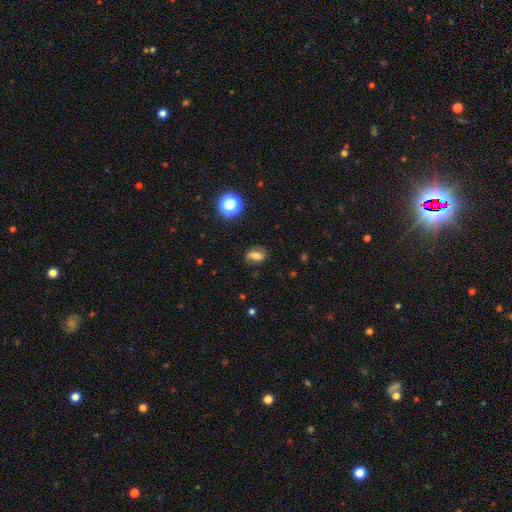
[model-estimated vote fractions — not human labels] Morphology: type=smooth (57%); roundness=in between (73%); merging=none (71%).